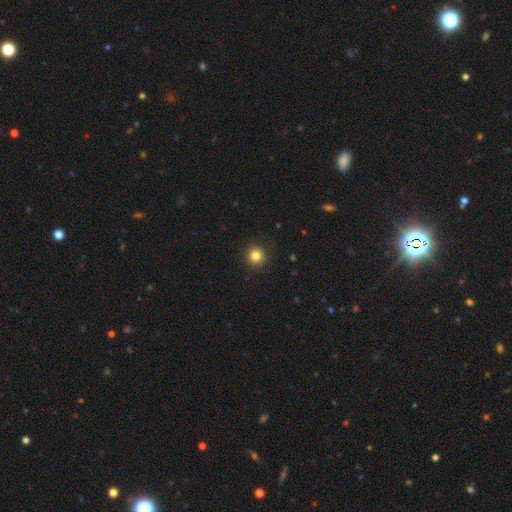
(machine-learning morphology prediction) The model was most divided on "smooth or featured": smooth: 83%, star or artifact: 12%, featured or disk: 5%. More confident: how rounded — round (95%); merging — none (91%).